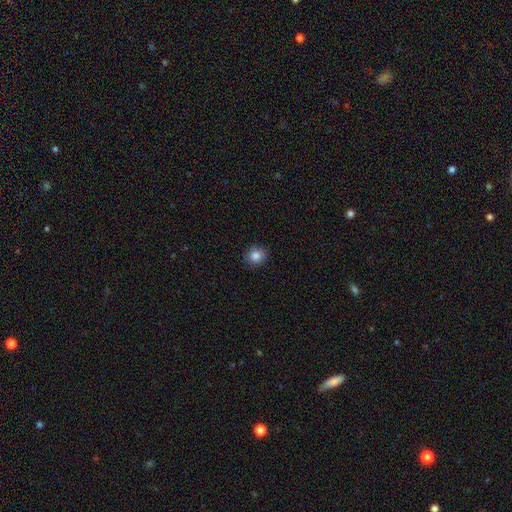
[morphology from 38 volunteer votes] This appears to be a smooth galaxy with no disk features (92%) that is round (89%). Merging: none (81%).